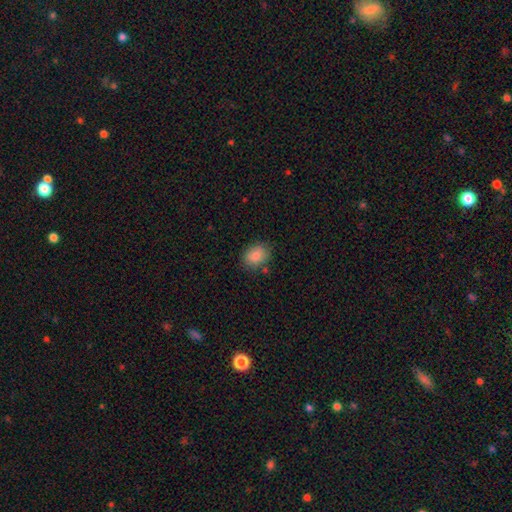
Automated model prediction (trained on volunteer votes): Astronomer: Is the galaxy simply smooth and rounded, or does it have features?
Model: smooth — 87%.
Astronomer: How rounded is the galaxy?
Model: in between — 61% (runner-up: round, 38%).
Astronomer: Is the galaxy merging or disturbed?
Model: none — 79%.